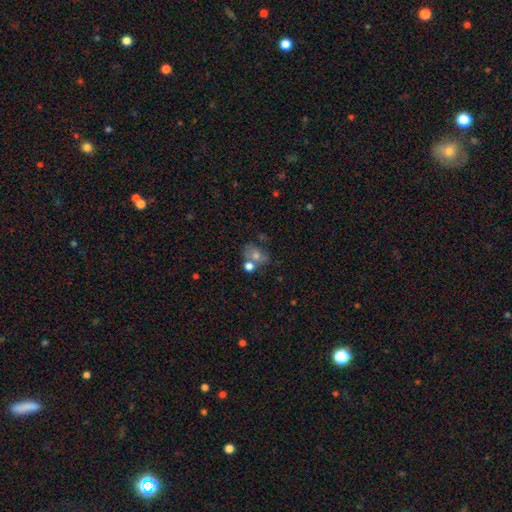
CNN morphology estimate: Smooth or featured? Predicted: smooth (p=0.54). How rounded? Predicted: round (p=0.54). Merging? Predicted: none (p=0.48).